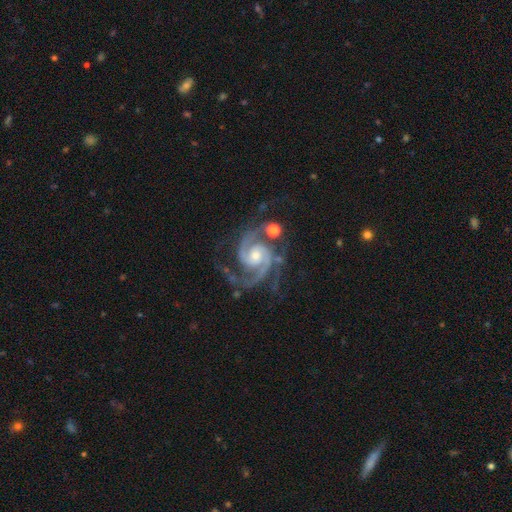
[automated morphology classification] Smooth or featured: featured or disk — 94% (star or artifact — 4%)
Edge-on disk: no — 98% (yes — 2%)
Bar: no — 59% (weak — 31%)
Spiral arms: yes — 99% (no — 1%)
Spiral winding: medium — 49% (tight — 45%)
Spiral arm count: 2 — 78% (3 — 15%)
Bulge size: moderate — 51% (small — 43%)
Merging: none — 66% (minor disturbance — 19%)